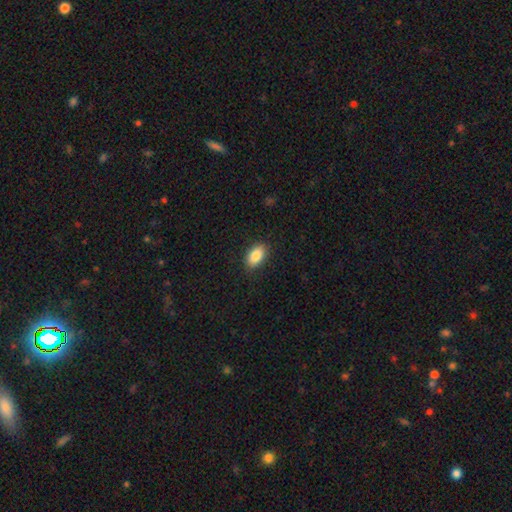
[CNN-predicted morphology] A smooth galaxy with no disk features (87%) that is in between round and cigar-shaped (91%).

Vote fractions:
- Smooth or featured? smooth: 87% / star or artifact: 7% / featured or disk: 6%
- How rounded? in between: 91% / round: 7% / cigar-shaped: 2%
- Merging? none: 88% / minor disturbance: 9% / major disturbance: 2% / merger: 1%